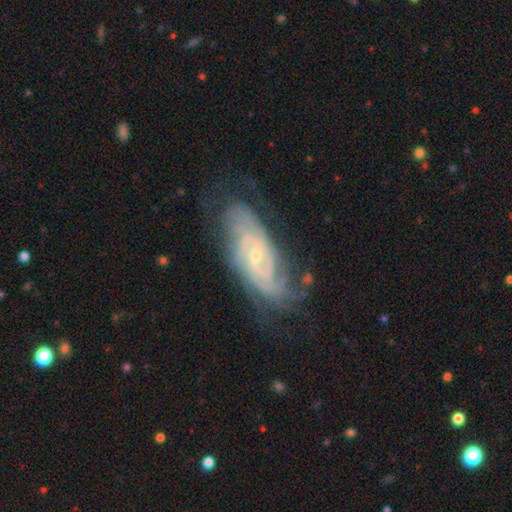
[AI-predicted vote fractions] Overall: featured or disk (86%). Edge-on disk: no (93%). Bar: weak (46%; no 38%). Spiral arms: yes (96%). Spiral arm count: 2 (33%; can't tell 29%). Spiral winding: tight (61%; medium 32%). Bulge size: small (72%). Merging: none (68%).